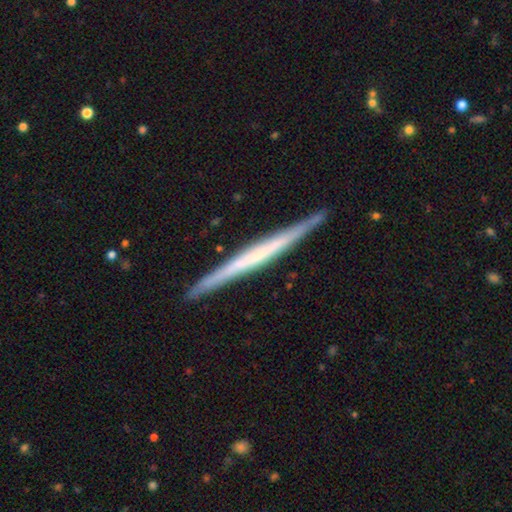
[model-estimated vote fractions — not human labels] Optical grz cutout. It shows a featured or disk galaxy (65%) viewed edge-on (98%) with no central bulge (81%). Merging: none (90%).